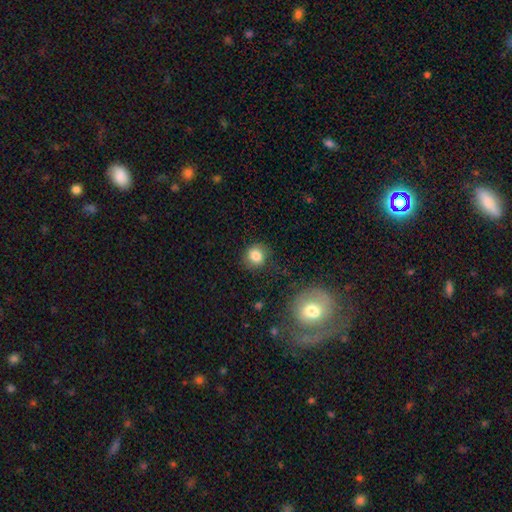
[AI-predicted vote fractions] Morphology: type=smooth (82%); roundness=round (76%); merging=none (75%).